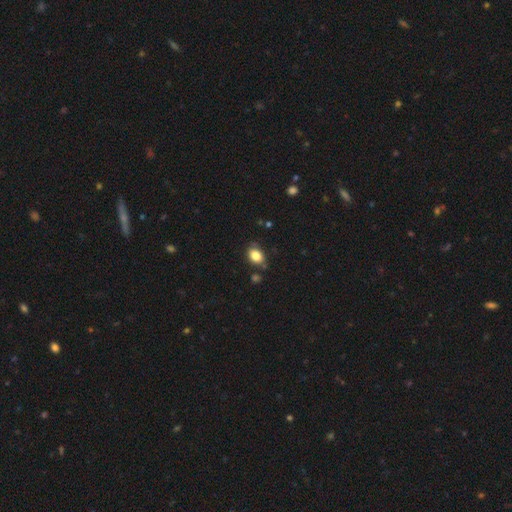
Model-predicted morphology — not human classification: This is clearly a smooth galaxy (84%). How rounded: likely in between (71%). Merging: likely none (74%).